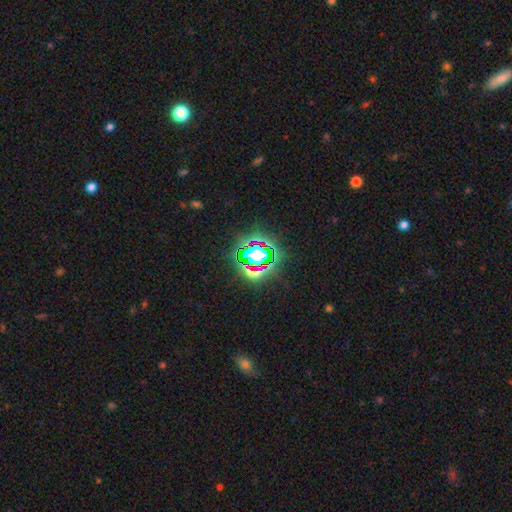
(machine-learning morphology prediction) Overall: star or artifact (71%).